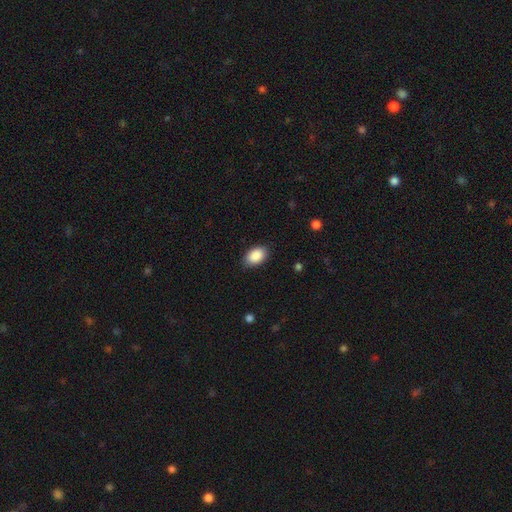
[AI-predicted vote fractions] Morphology: type=smooth (90%); roundness=in between (89%); merging=none (85%).